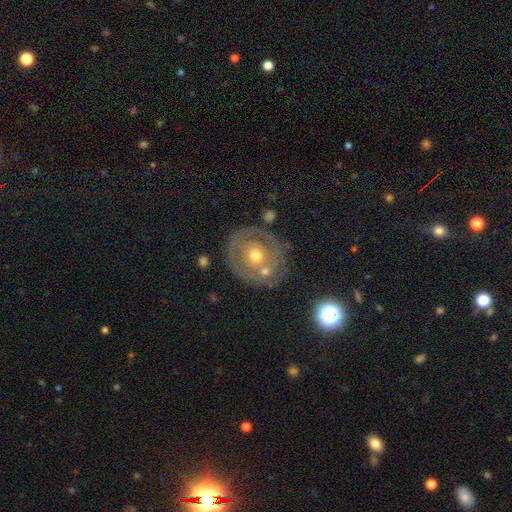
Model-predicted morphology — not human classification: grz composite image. It shows a featured or disk galaxy (56%) with no bar (91%), no spiral arms (79%) and a moderate central bulge (65%). Merging: none (69%).